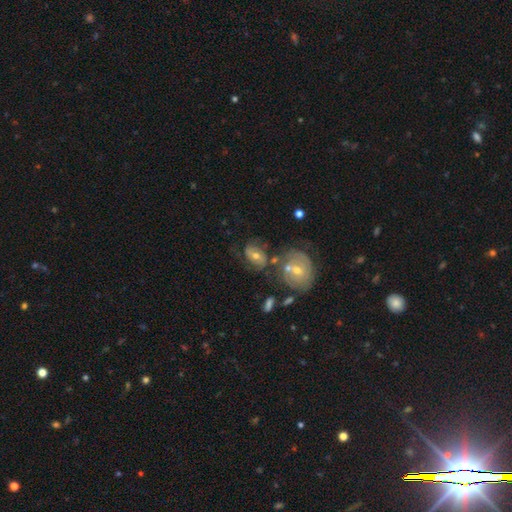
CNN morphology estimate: Smooth or featured?
  - featured or disk: 64% *
  - smooth: 27%
  - star or artifact: 9%
Edge-on disk?
  - no: 95% *
  - yes: 5%
Bar?
  - no: 51% *
  - weak: 36%
  - strong: 13%
Spiral arms?
  - yes: 83% *
  - no: 17%
Spiral winding?
  - medium: 42% *
  - tight: 38%
  - loose: 20%
Spiral arm count?
  - 2: 64% *
  - can't tell: 20%
  - 1: 7%
  - 3: 6%
  - 4: 2%
  - more than 4: 2%
Bulge size?
  - moderate: 68% *
  - small: 24%
  - large: 5%
  - none: 2%
  - dominant: 1%
Merging?
  - none: 46% *
  - merger: 20%
  - minor disturbance: 20%
  - major disturbance: 14%